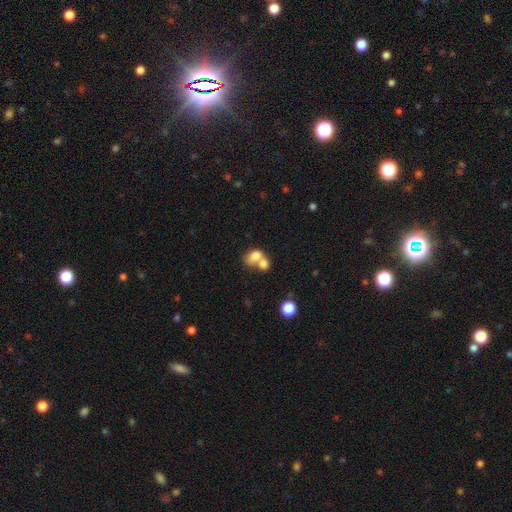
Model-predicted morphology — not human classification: A smooth galaxy with no disk features (74%) that is in between round and cigar-shaped (61%).

Vote fractions:
- Smooth or featured? smooth: 74% / featured or disk: 16% / star or artifact: 10%
- How rounded? in between: 61% / round: 37% / cigar-shaped: 1%
- Merging? merger: 68% / none: 20% / minor disturbance: 7% / major disturbance: 5%